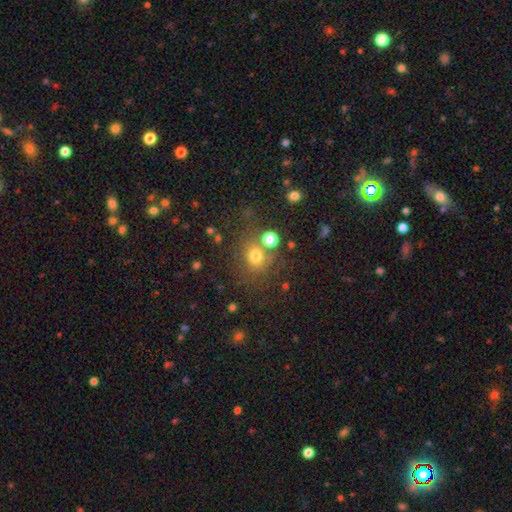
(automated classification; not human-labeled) A smooth galaxy with no disk features (72%) that is round (79%). Merging: none (67%).